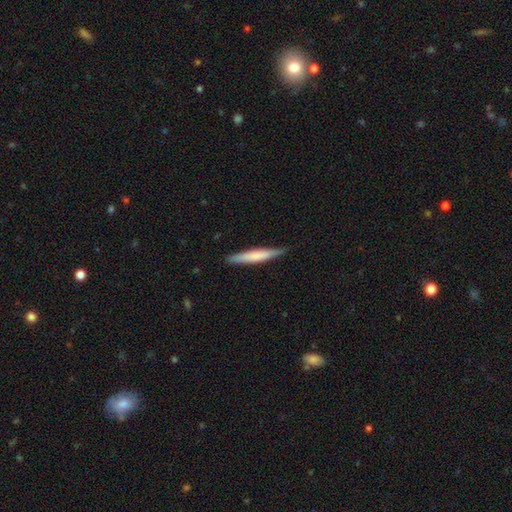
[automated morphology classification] A smooth galaxy with no disk features (62%) that is cigar-shaped (94%). Merging: none (87%).